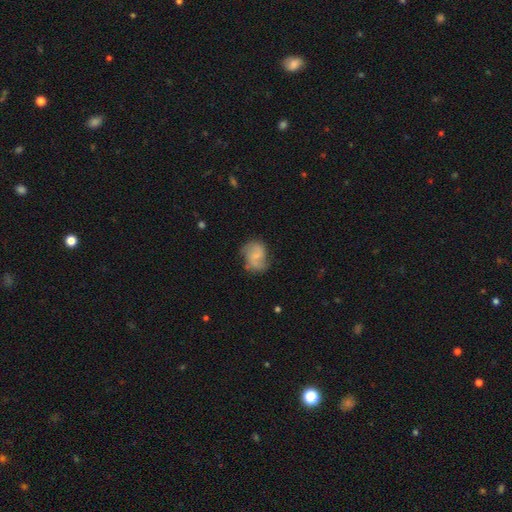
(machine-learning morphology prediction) Overall: featured or disk (59%; smooth 34%). Edge-on disk: no (98%). Bar: no (45%, tied with weak). Spiral arms: yes (89%). Spiral arm count: 2 (81%). Spiral winding: medium (44%; loose 37%). Bulge size: small (46%; none 33%). Merging: none (62%; minor disturbance 24%).